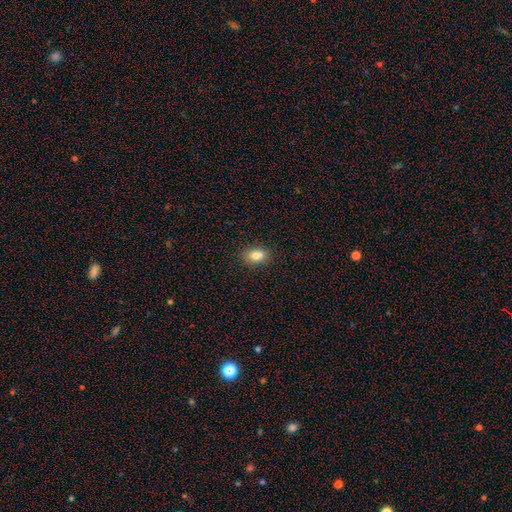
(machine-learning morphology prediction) The model was most divided on "how rounded": in between: 76%, round: 22%, cigar-shaped: 2%. More confident: smooth or featured — smooth (81%); merging — none (75%).